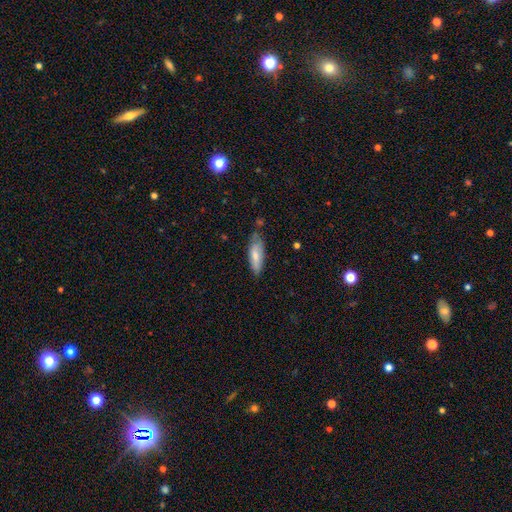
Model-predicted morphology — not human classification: This is likely a smooth galaxy (71%). How rounded: possibly in between (59%). Merging: likely none (63%).